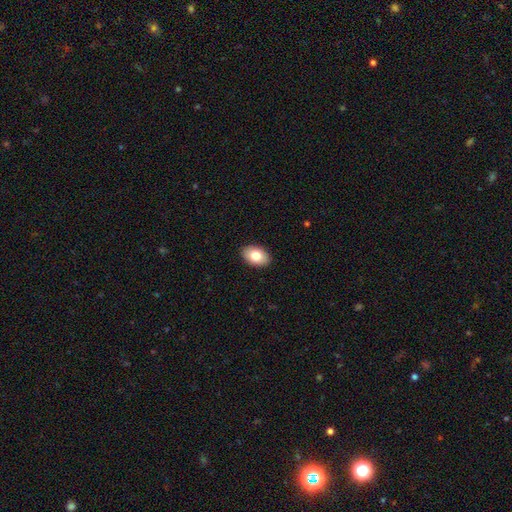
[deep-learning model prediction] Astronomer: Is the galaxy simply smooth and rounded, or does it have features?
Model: smooth — 79%.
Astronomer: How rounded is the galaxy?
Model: in between — 89%.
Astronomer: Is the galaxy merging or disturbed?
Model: none — 90%.